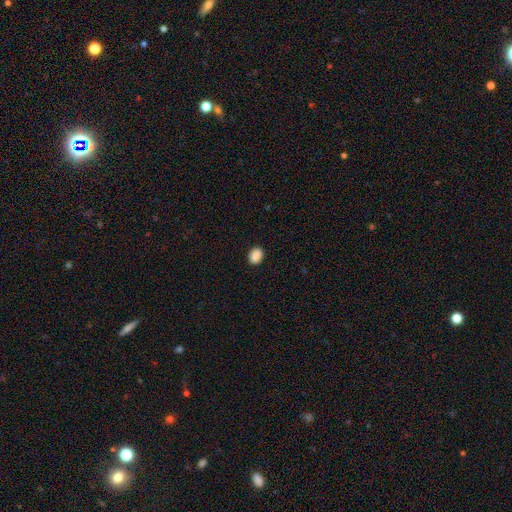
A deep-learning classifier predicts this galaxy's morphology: A smooth galaxy with no disk features (88%) that is in between round and cigar-shaped (62%). Merging: none (89%).